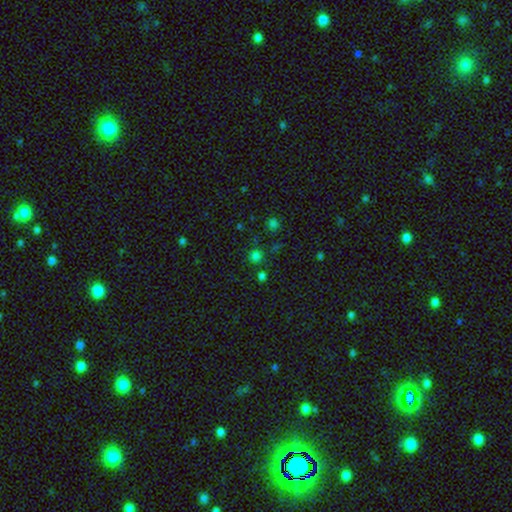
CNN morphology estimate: A smooth galaxy with no disk features (71%) that is round (92%).

Vote fractions:
- Smooth or featured? smooth: 71% / star or artifact: 24% / featured or disk: 5%
- How rounded? round: 92% / in between: 7% / cigar-shaped: 1%
- Merging? none: 81% / minor disturbance: 9% / merger: 7% / major disturbance: 4%